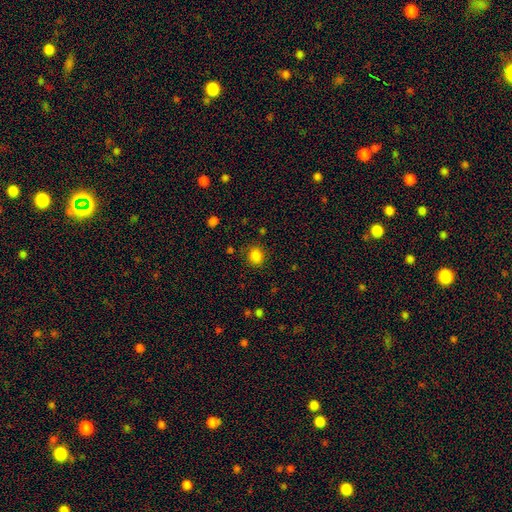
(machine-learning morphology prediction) This is clearly a smooth galaxy (84%). How rounded: likely round (80%). Merging: clearly none (84%).